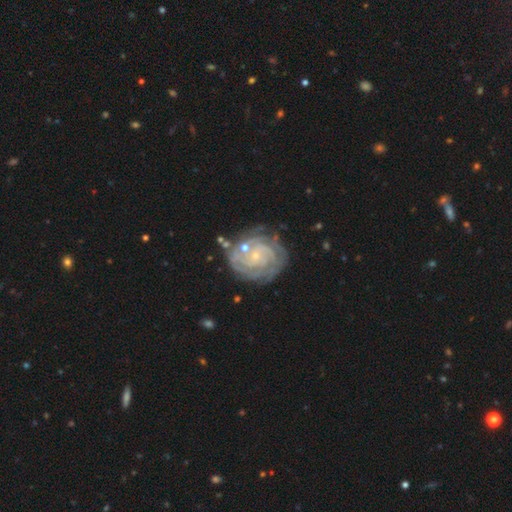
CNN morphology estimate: This appears to be a featured or disk galaxy (86%) with no bar (70%), tight (82%) spiral arms (96%) and a small central bulge (82%). Merging: none (70%).